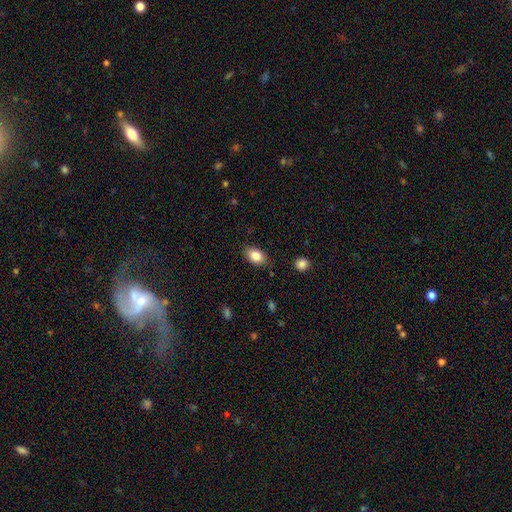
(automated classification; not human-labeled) Smooth or featured? Predicted: smooth (p=0.85). How rounded? Predicted: in between (p=0.87). Merging? Predicted: none (p=0.83).